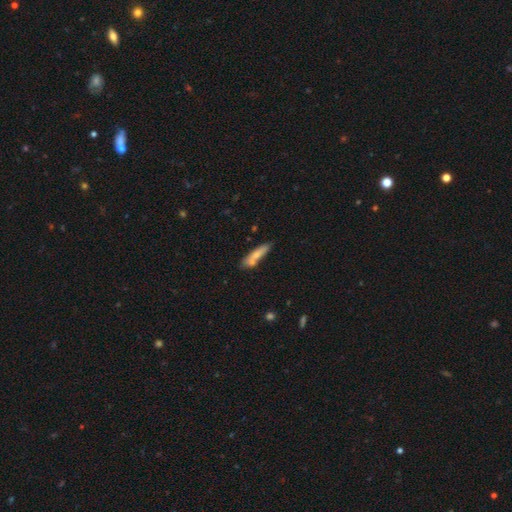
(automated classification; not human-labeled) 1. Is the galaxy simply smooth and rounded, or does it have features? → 71% smooth, 23% featured or disk, 7% star or artifact.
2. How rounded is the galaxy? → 78% cigar-shaped, 20% in between, 2% round.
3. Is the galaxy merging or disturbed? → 63% none, 17% minor disturbance, 16% merger, 4% major disturbance.